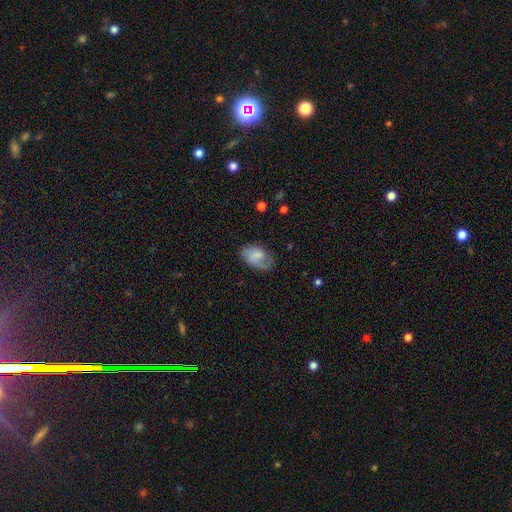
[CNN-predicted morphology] This is possibly a smooth galaxy (59%). How rounded: clearly in between (89%). Merging: possibly none (59%).